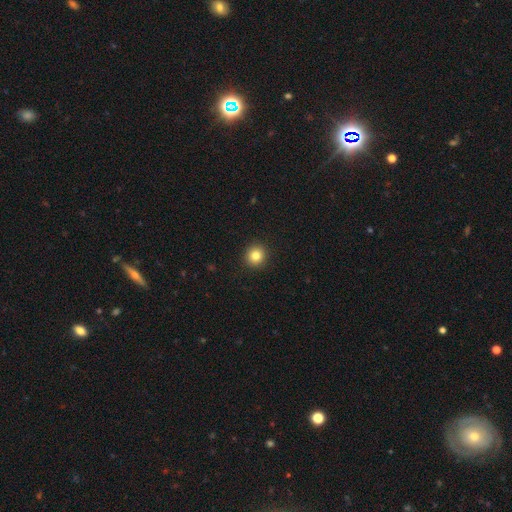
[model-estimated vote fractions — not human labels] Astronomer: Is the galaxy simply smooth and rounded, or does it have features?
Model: smooth — 83%.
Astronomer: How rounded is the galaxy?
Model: round — 93%.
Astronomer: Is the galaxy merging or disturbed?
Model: none — 92%.